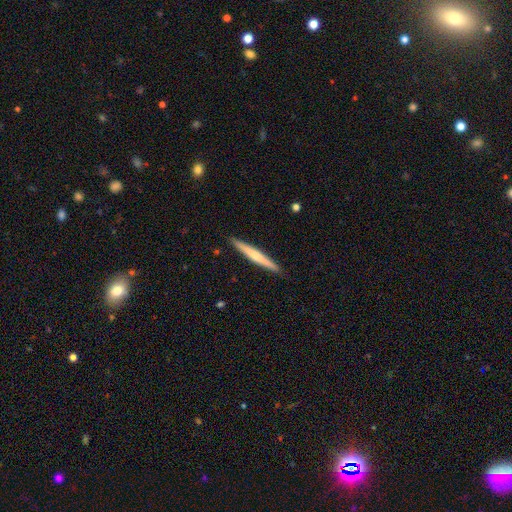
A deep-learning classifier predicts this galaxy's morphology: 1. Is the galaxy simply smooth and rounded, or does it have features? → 48% featured or disk, 47% smooth, 5% star or artifact.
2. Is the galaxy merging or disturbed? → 91% none, 6% minor disturbance, 1% major disturbance, 1% merger.